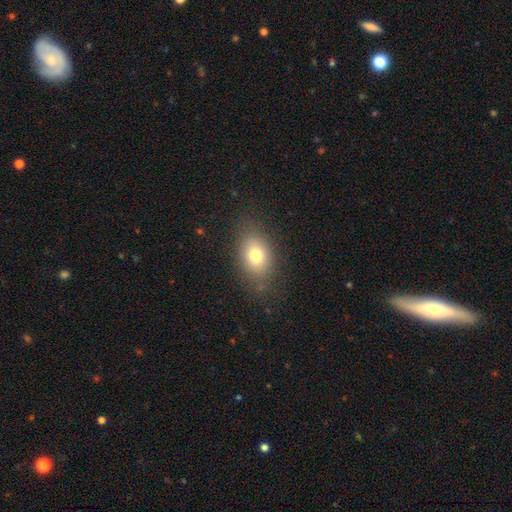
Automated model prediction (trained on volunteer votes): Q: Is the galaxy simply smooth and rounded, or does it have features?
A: smooth — 75%.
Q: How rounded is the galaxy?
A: in between — 75%.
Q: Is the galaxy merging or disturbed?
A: none — 79%.